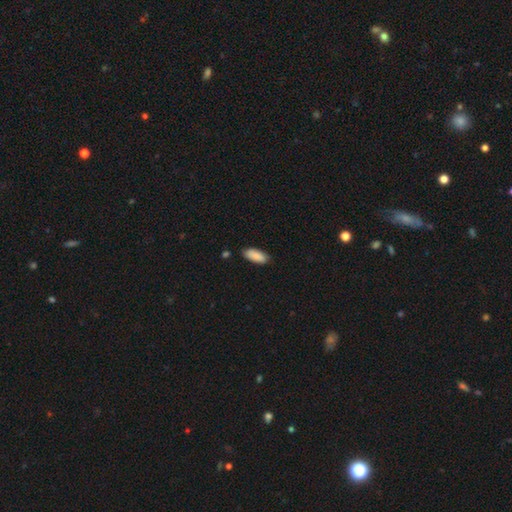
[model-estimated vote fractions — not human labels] smooth-or-featured: smooth: 90% | star or artifact: 6% | featured or disk: 4%
  how-rounded: in between: 80% | cigar-shaped: 19% | round: 2%
  merging: none: 84% | minor disturbance: 12% | major disturbance: 2% | merger: 2%